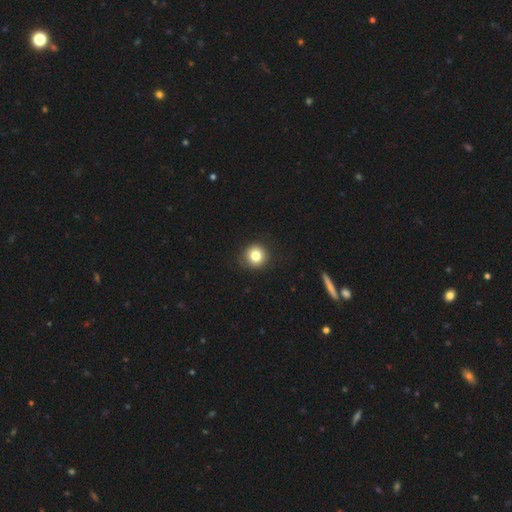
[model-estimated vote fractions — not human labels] The model was most divided on "smooth or featured": smooth: 81%, star or artifact: 11%, featured or disk: 8%. More confident: how rounded — round (93%); merging — none (88%).